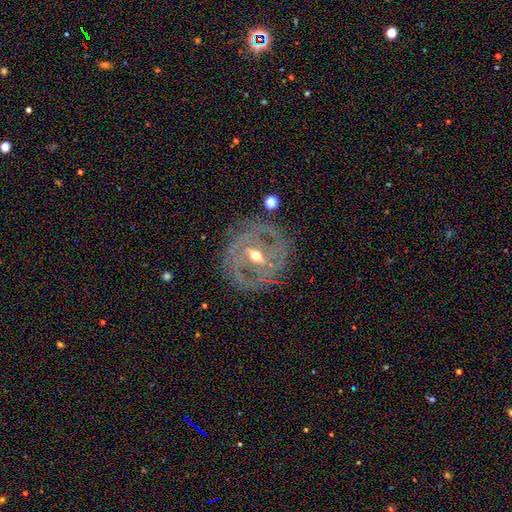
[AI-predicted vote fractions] Smooth or featured? featured or disk (87%)
Edge-on disk? no (94%)
Bar? strong (46%)
Spiral arms? yes (87%)
Spiral winding? tight (60%)
Spiral arm count? 2 (40%)
Bulge size? moderate (62%)
Merging? none (78%)